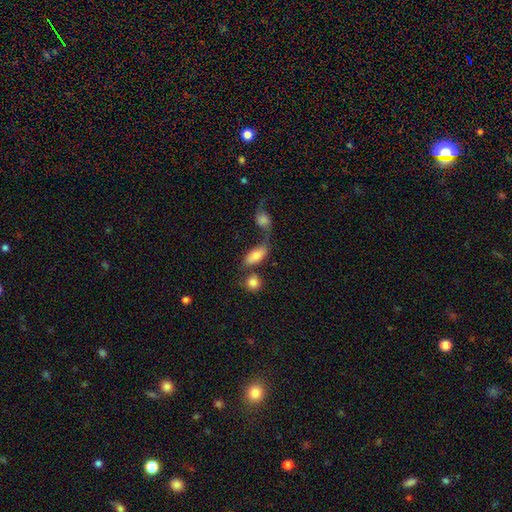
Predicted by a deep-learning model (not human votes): The model was most divided on "merging": none: 38%, merger: 37%, minor disturbance: 14%, major disturbance: 11%. More confident: how rounded — in between (84%); smooth or featured — smooth (73%).